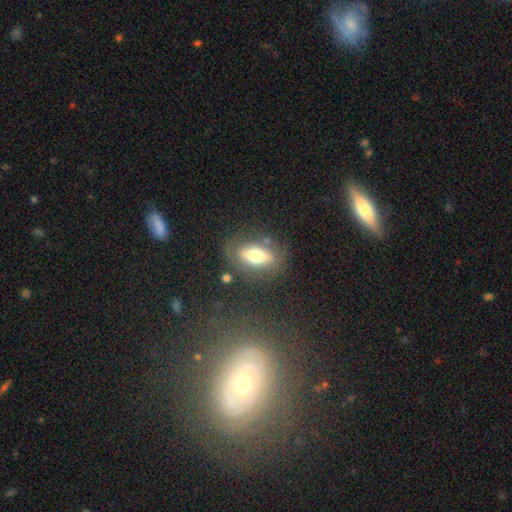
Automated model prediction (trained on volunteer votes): smooth-or-featured: smooth: 59% | featured or disk: 32% | star or artifact: 9%
  how-rounded: in between: 80% | round: 11% | cigar-shaped: 8%
  merging: none: 74% | minor disturbance: 15% | major disturbance: 7% | merger: 4%